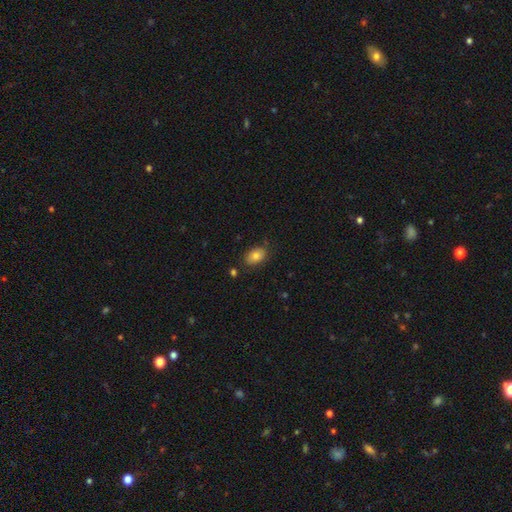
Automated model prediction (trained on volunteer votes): Smooth or featured? Predicted: smooth (p=0.80). How rounded? Predicted: in between (p=0.87). Merging? Predicted: none (p=0.78).